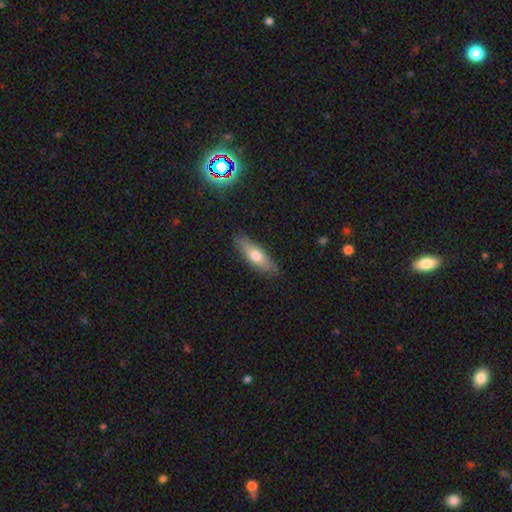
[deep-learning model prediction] A smooth galaxy with no disk features (64%) that is in between round and cigar-shaped (52%). Merging: none (84%).